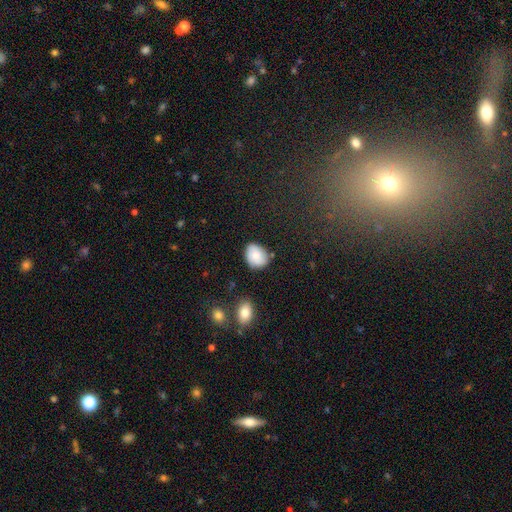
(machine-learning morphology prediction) smooth_or_featured: smooth (p=0.78) [alt: featured or disk p=0.14]
how_rounded: in between (p=0.65) [alt: round p=0.34]
merging: none (p=0.73) [alt: minor disturbance p=0.20]